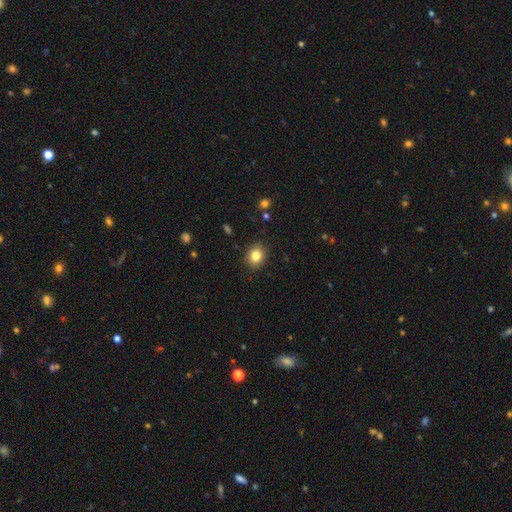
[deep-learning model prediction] Smooth or featured?
  - smooth: 84% *
  - star or artifact: 10%
  - featured or disk: 6%
How rounded?
  - round: 57% *
  - in between: 42%
  - cigar-shaped: 1%
Merging?
  - none: 87% *
  - minor disturbance: 9%
  - major disturbance: 2%
  - merger: 1%